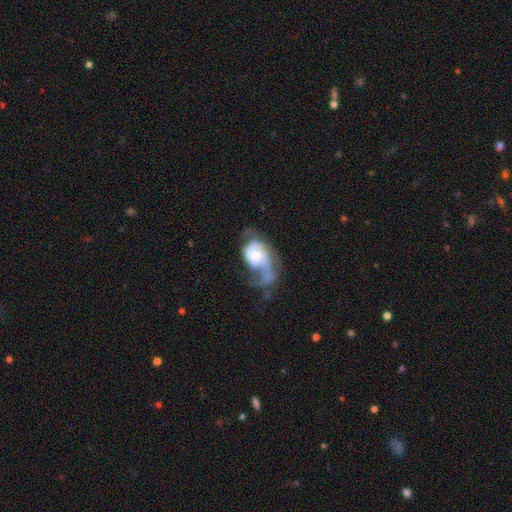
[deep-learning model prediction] smooth_or_featured: featured or disk (p=0.69) [alt: smooth p=0.24]
disk_edge_on: no (p=0.97) [alt: yes p=0.03]
bar: no (p=0.67) [alt: weak p=0.27]
has_spiral_arms: yes (p=0.74) [alt: no p=0.26]
bulge_size: moderate (p=0.50) [alt: small p=0.39]
merging: major disturbance (p=0.52) [alt: none p=0.21]